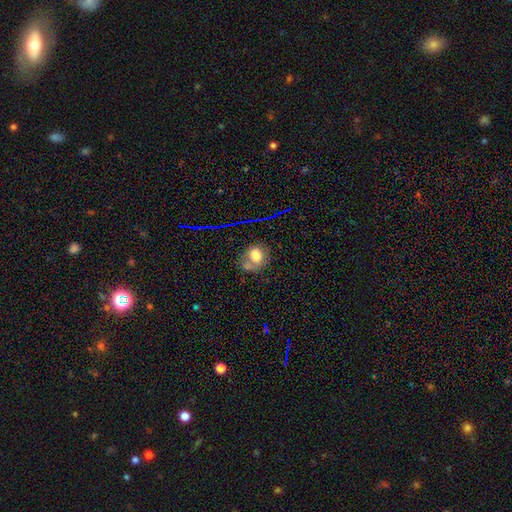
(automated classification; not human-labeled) Smooth or featured? Predicted: smooth (p=0.72). How rounded? Predicted: round (p=0.62). Merging? Predicted: none (p=0.53).